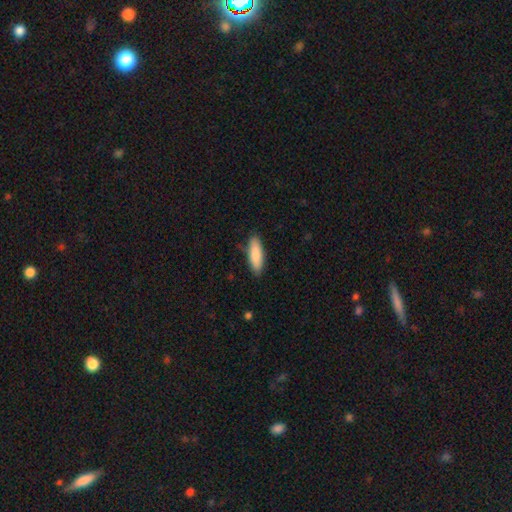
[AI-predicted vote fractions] This appears to be a smooth galaxy with no disk features (86%) that is in between round and cigar-shaped (53%). Merging: none (85%).